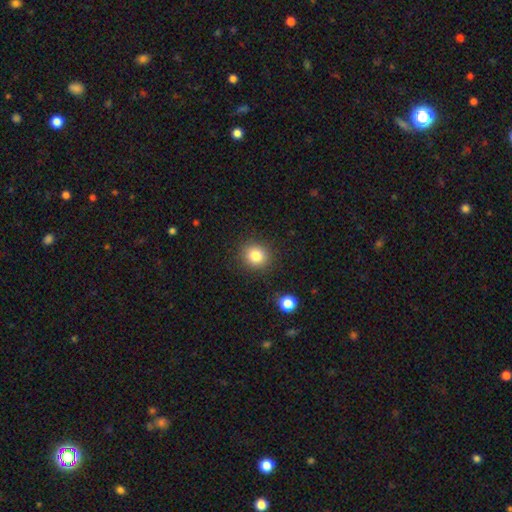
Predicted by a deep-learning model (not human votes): This appears to be a smooth galaxy with no disk features (83%) that is round (85%). Merging: none (88%).